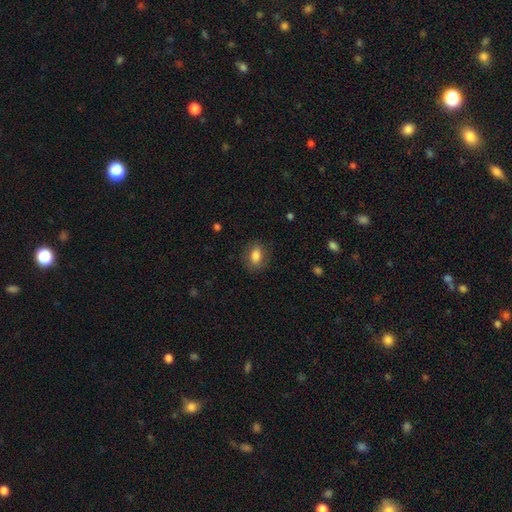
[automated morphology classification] Smooth or featured: smooth — 83% (featured or disk — 9%)
How rounded: in between — 72% (round — 26%)
Merging: none — 83% (minor disturbance — 12%)